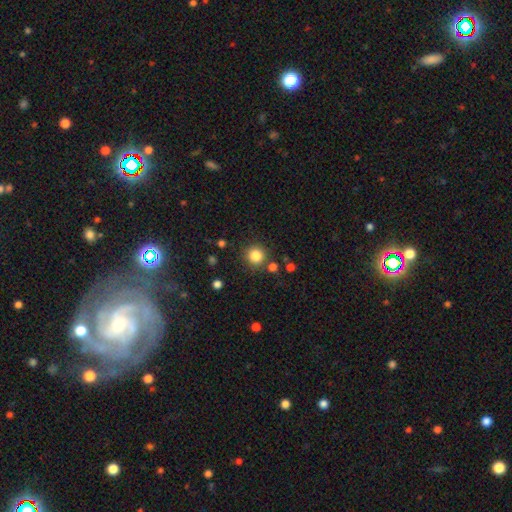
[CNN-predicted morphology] Q: Smooth or featured?
A: smooth (84%); runner-up: star or artifact (11%)
Q: How rounded?
A: round (94%); runner-up: in between (5%)
Q: Merging?
A: none (85%); runner-up: minor disturbance (7%)